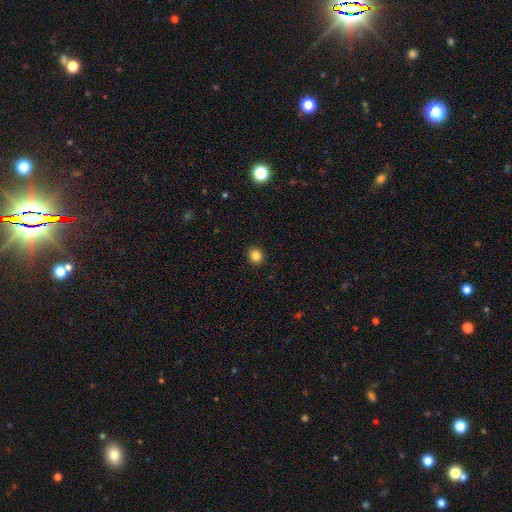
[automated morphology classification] A smooth galaxy with no disk features (84%) that is round (84%). Merging: none (92%).